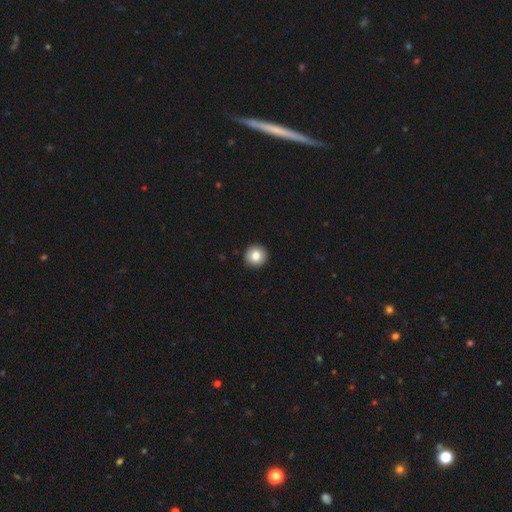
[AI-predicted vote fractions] smooth 83%, star or artifact 9%, featured or disk 9%. Down the decision tree: how rounded — round (94%); merging — none (93%).